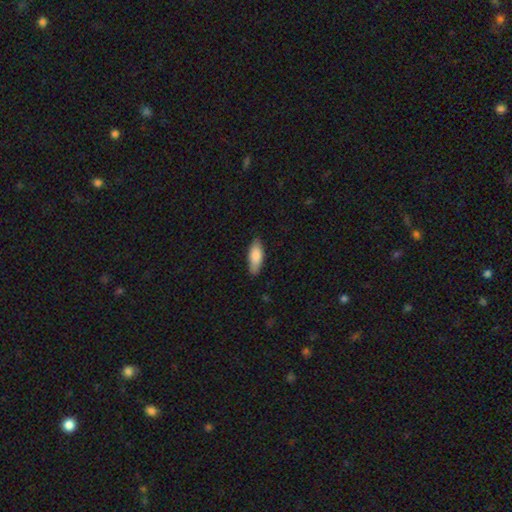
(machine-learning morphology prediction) A smooth galaxy with no disk features (85%) that is in between round and cigar-shaped (75%).

Vote fractions:
- Smooth or featured? smooth: 85% / featured or disk: 10% / star or artifact: 5%
- How rounded? in between: 75% / cigar-shaped: 24% / round: 2%
- Merging? none: 83% / minor disturbance: 14% / major disturbance: 2% / merger: 1%